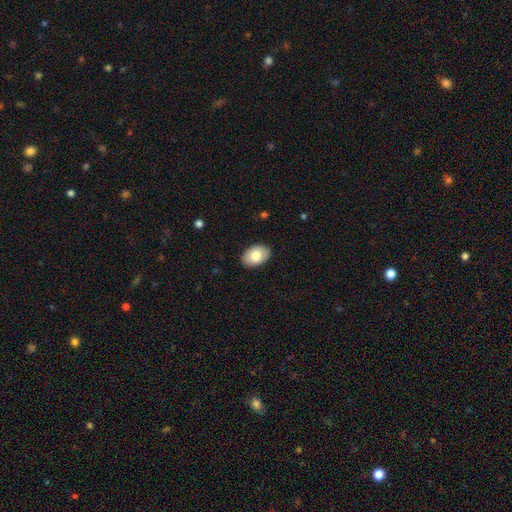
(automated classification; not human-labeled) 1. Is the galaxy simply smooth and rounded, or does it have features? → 78% smooth, 16% featured or disk, 6% star or artifact.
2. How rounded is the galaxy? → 89% in between, 10% round, 1% cigar-shaped.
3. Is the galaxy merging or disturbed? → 88% none, 9% minor disturbance, 2% major disturbance, 1% merger.